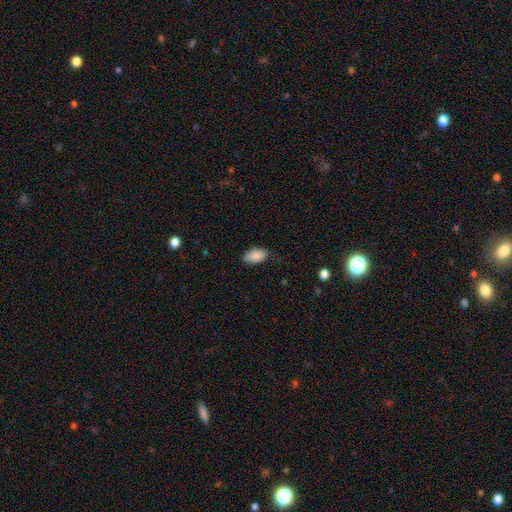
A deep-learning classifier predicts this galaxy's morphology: The model was most divided on "merging": none: 74%, minor disturbance: 21%, major disturbance: 4%, merger: 1%. More confident: how rounded — in between (93%); smooth or featured — smooth (88%).